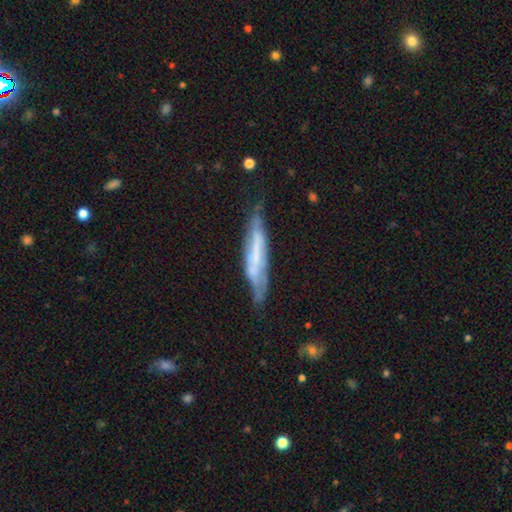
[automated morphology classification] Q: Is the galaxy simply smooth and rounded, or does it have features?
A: featured or disk — 62%.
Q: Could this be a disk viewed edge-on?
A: yes — 67%.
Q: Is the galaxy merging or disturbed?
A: none — 61%.